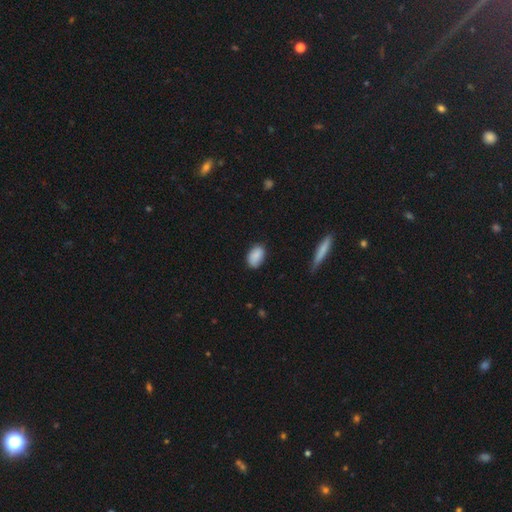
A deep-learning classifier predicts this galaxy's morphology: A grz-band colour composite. It shows a smooth galaxy with no disk features (88%) that is in between round and cigar-shaped (90%). Merging: none (79%).